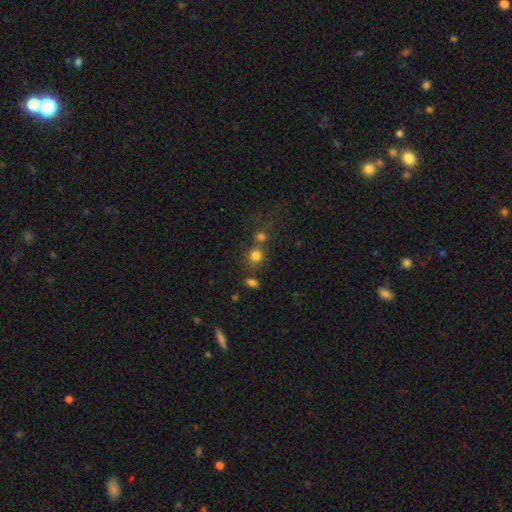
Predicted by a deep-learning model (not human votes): This appears to be a smooth galaxy with no disk features (78%) that is round (83%). Merging: none (58%).